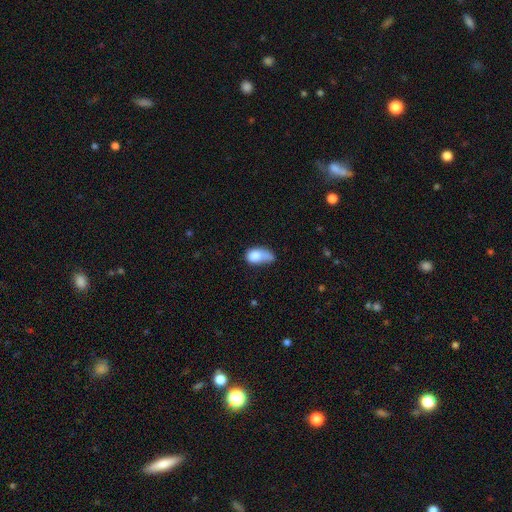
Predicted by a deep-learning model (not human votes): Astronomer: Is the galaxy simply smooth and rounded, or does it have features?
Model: smooth — 76%.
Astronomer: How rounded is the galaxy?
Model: in between — 81%.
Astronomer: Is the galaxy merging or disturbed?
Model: minor disturbance — 30% (runner-up: major disturbance, 28%).